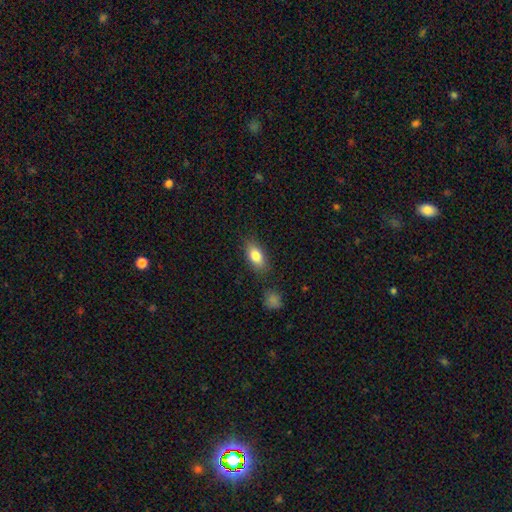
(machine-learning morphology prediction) Overall: smooth (81%). How rounded: in between (86%). Merging: none (81%).